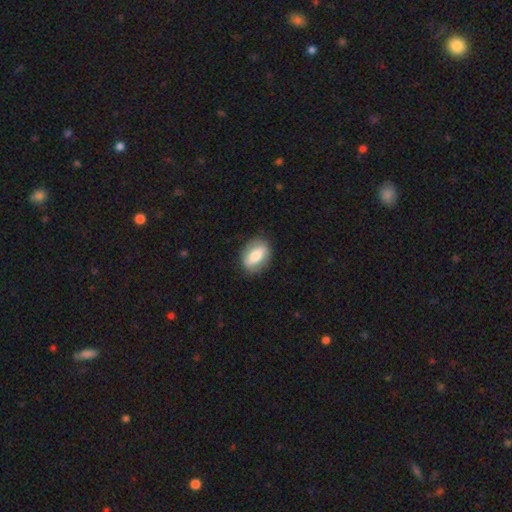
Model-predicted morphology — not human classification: A smooth galaxy with no disk features (60%) that is in between round and cigar-shaped (75%). Merging: none (84%).